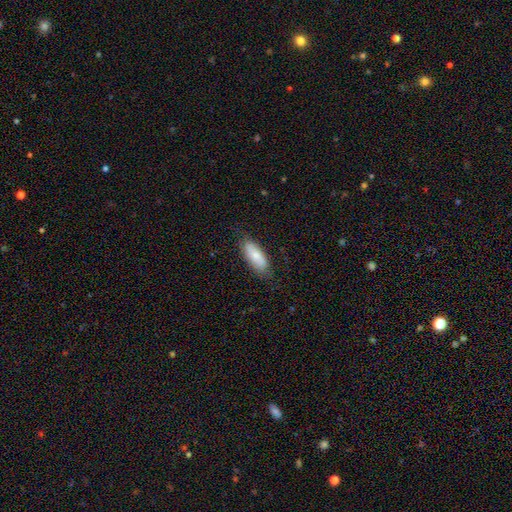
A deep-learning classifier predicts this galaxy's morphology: smooth_or_featured: smooth (p=0.71) [alt: featured or disk p=0.23]
how_rounded: in between (p=0.77) [alt: cigar-shaped p=0.21]
merging: none (p=0.77) [alt: minor disturbance p=0.18]